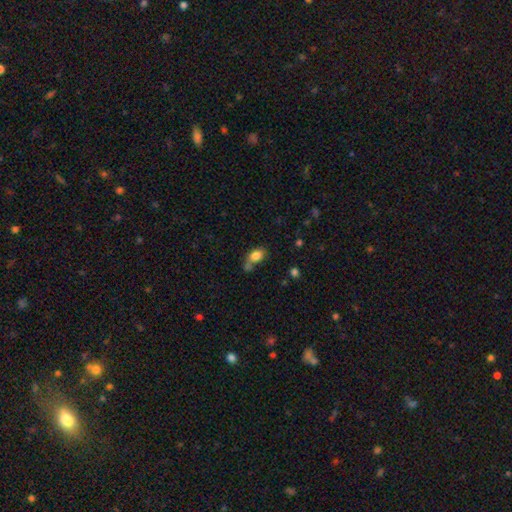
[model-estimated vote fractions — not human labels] Q: Smooth or featured?
A: smooth (82%); runner-up: star or artifact (10%)
Q: How rounded?
A: in between (76%); runner-up: round (21%)
Q: Merging?
A: none (44%); runner-up: merger (25%)